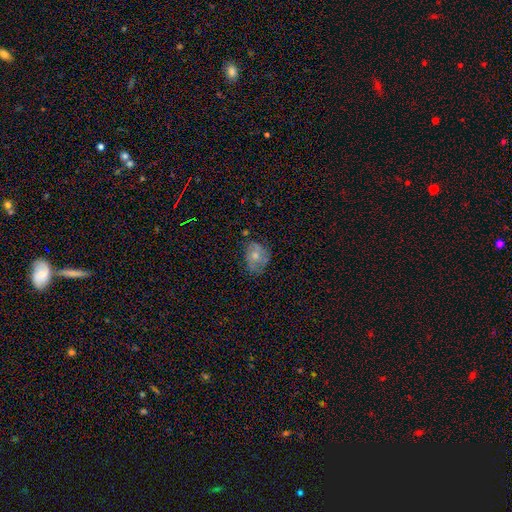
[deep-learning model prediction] This is possibly a smooth galaxy (52%). How rounded: likely in between (61%). Merging: possibly none (57%).